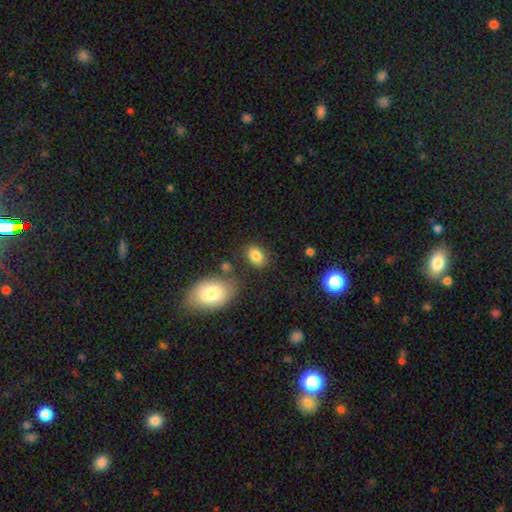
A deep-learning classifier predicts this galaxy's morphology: A smooth galaxy with no disk features (84%) that is in between round and cigar-shaped (81%). Merging: none (78%).